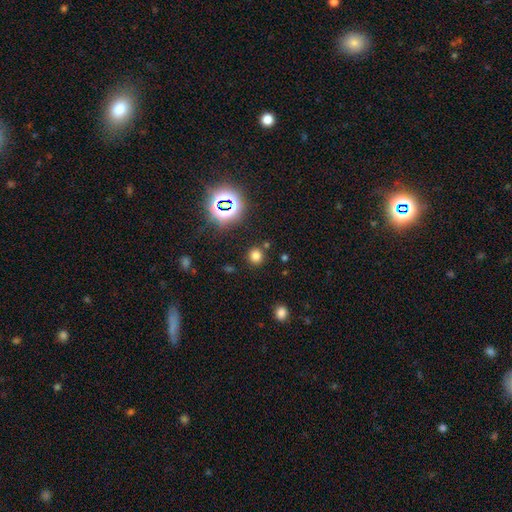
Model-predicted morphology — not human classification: This appears to be a smooth galaxy with no disk features (72%) that is round (90%). Merging: none (84%).